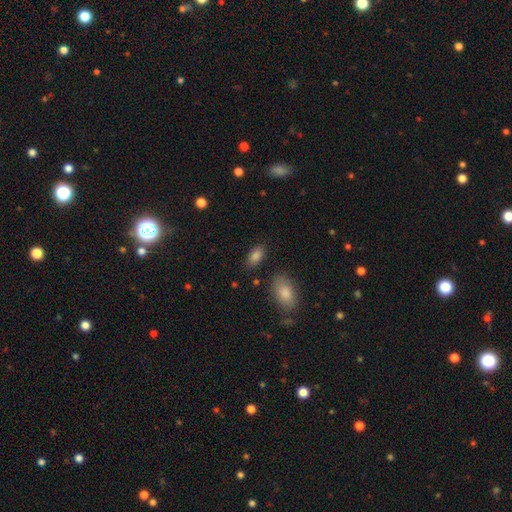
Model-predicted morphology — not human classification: smooth-or-featured: smooth: 86% | star or artifact: 8% | featured or disk: 6%
  how-rounded: in between: 93% | round: 4% | cigar-shaped: 3%
  merging: none: 82% | minor disturbance: 11% | merger: 3% | major disturbance: 3%